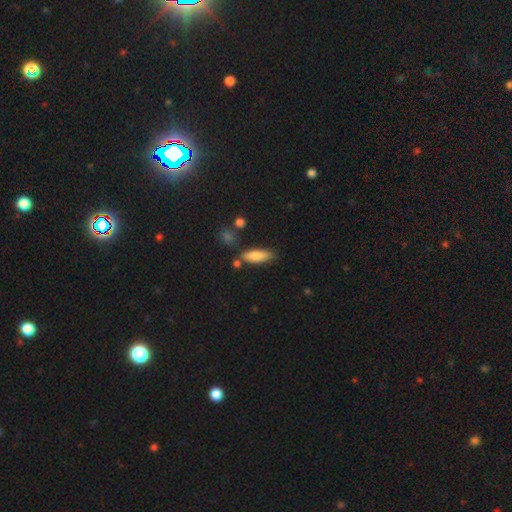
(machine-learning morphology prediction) Smooth or featured? Predicted: smooth (p=0.82). How rounded? Predicted: in between (p=0.58). Merging? Predicted: none (p=0.72).